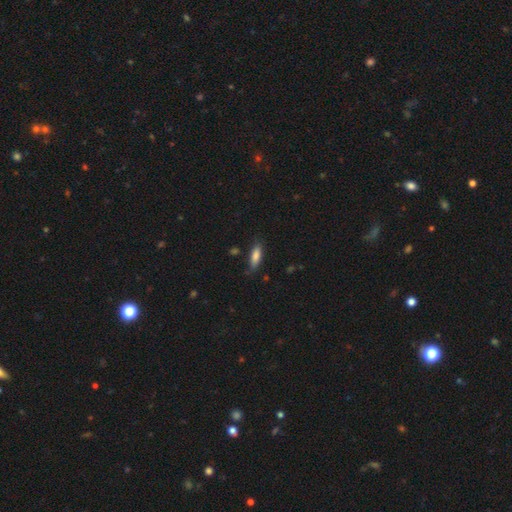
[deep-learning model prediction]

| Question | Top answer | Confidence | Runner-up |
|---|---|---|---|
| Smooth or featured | smooth | 80% | featured or disk (13%) |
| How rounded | in between | 52% | cigar-shaped (46%) |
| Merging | none | 74% | minor disturbance (20%) |